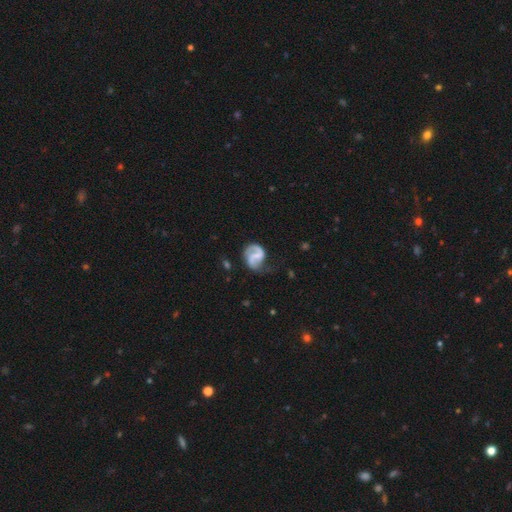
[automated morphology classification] Smooth or featured: featured or disk — 81% (smooth — 13%)
Edge-on disk: no — 98% (yes — 2%)
Bar: weak — 46% (no — 31%)
Spiral arms: yes — 94% (no — 6%)
Spiral winding: medium — 46% (loose — 35%)
Spiral arm count: 2 — 82% (1 — 10%)
Bulge size: none — 39% (small — 37%)
Merging: none — 54% (minor disturbance — 25%)